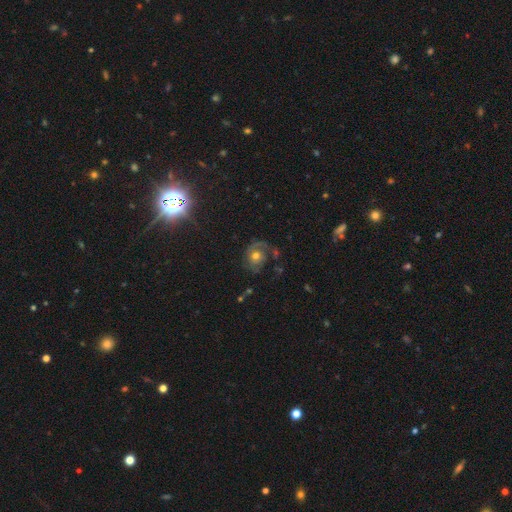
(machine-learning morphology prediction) This is likely a featured or disk galaxy (64%). It is clearly not viewed edge-on (97%). Bar: clearly no (82%). Spiral arm pattern: clearly yes (85%). Spiral arm count: possibly 1 (46%). Spiral winding: marginally tight (44%). Central bulge: likely moderate (71%). Merging: likely none (61%).